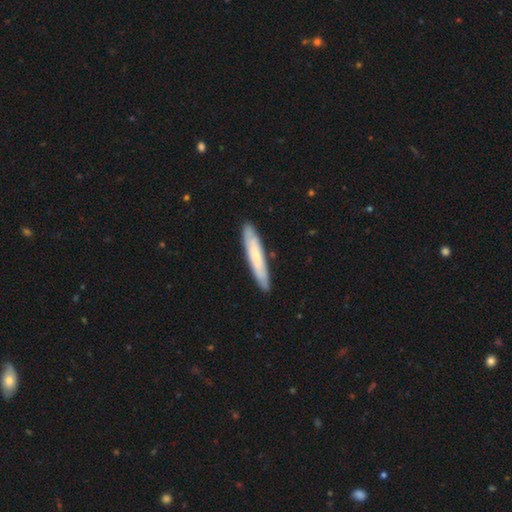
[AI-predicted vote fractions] Overall: smooth (60%; featured or disk 35%). How rounded: cigar-shaped (92%). Merging: none (87%).